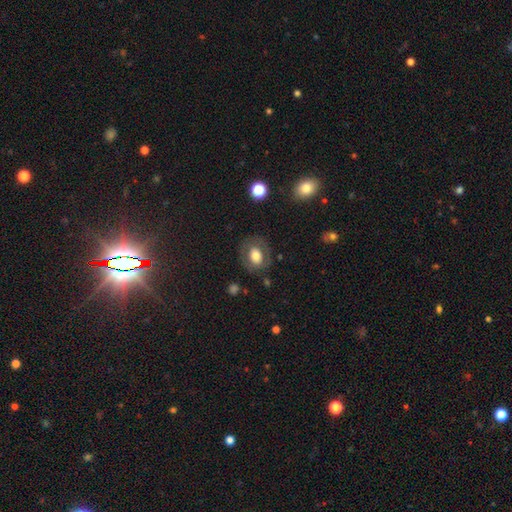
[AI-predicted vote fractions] Smooth or featured: smooth — 64% (featured or disk — 28%)
How rounded: in between — 57% (round — 42%)
Merging: none — 76% (minor disturbance — 14%)